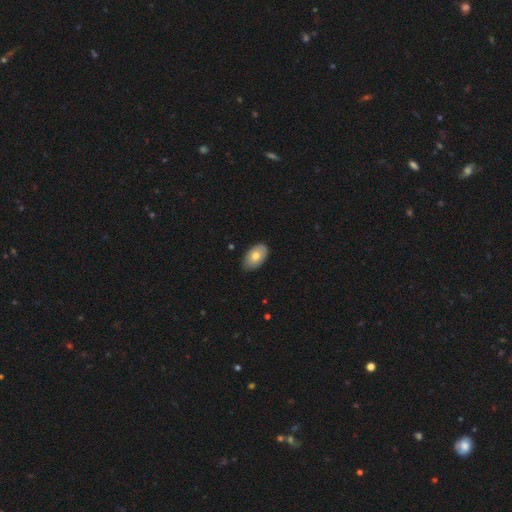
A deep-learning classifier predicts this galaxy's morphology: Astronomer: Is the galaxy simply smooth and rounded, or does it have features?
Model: smooth — 72%.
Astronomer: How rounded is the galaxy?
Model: in between — 93%.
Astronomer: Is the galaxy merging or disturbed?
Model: none — 83%.